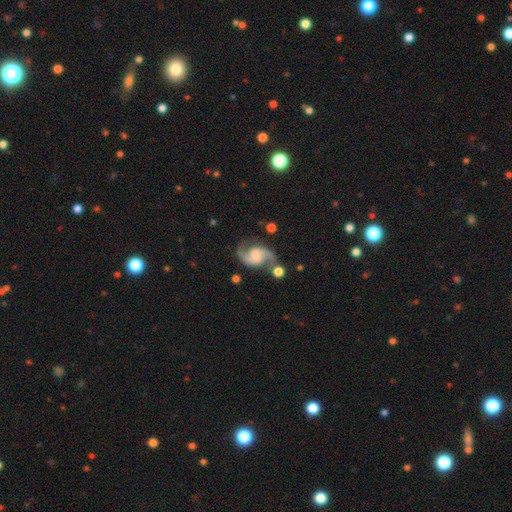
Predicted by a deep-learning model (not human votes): Smooth or featured?
  - featured or disk: 90% *
  - star or artifact: 5%
  - smooth: 5%
Edge-on disk?
  - no: 98% *
  - yes: 2%
Bar?
  - weak: 44% *
  - no: 42%
  - strong: 14%
Spiral arms?
  - yes: 98% *
  - no: 2%
Spiral winding?
  - medium: 47% *
  - loose: 43%
  - tight: 9%
Spiral arm count?
  - 2: 94% *
  - can't tell: 2%
  - 3: 1%
  - 1: 1%
  - 4: 1%
  - more than 4: 1%
Bulge size?
  - small: 45% *
  - moderate: 40%
  - none: 8%
  - large: 5%
  - dominant: 1%
Merging?
  - none: 71% *
  - minor disturbance: 15%
  - merger: 9%
  - major disturbance: 6%